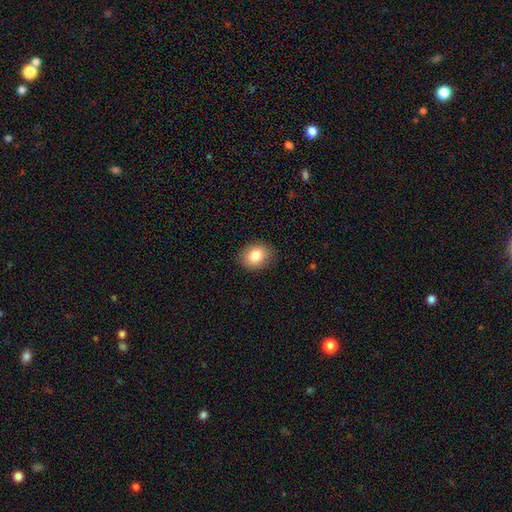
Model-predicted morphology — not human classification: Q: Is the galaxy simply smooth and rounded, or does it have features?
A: smooth — 84%.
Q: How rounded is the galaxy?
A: in between — 54%.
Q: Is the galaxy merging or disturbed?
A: none — 89%.